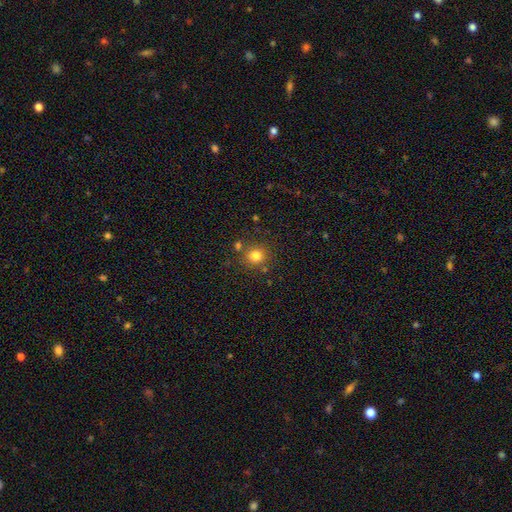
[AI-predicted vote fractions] This is likely a smooth galaxy (79%). How rounded: clearly round (89%). Merging: likely none (77%).